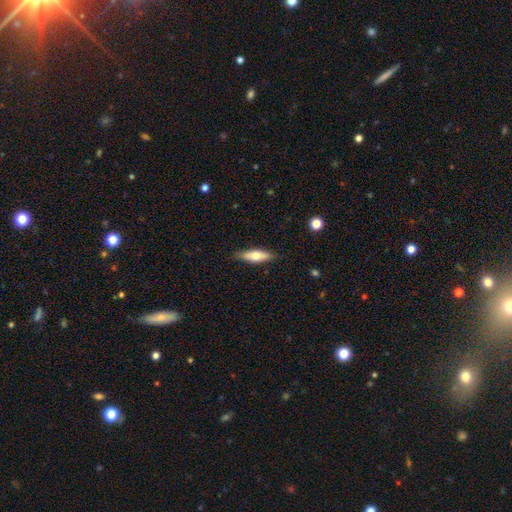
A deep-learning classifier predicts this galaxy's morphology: type=smooth (61%); roundness=cigar-shaped (49%); merging=none (86%).